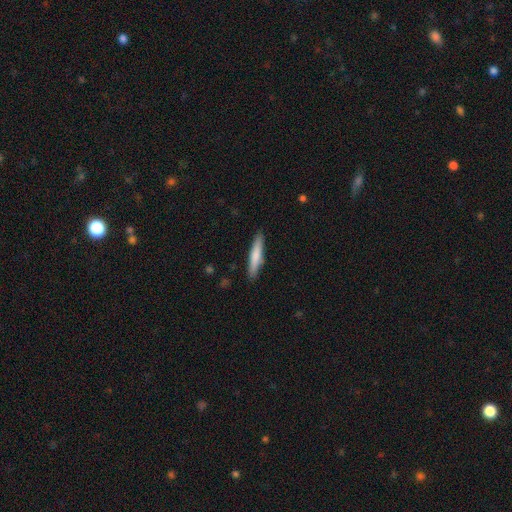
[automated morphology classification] This appears to be a smooth galaxy with no disk features (73%) that is cigar-shaped (89%). Merging: none (89%).